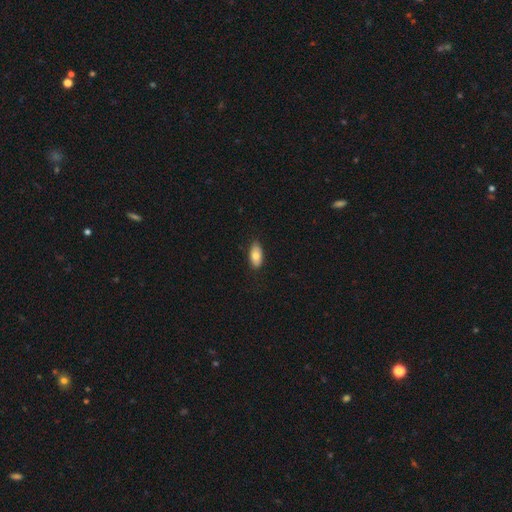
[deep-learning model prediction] Smooth or featured? Predicted: smooth (p=0.77). How rounded? Predicted: in between (p=0.91). Merging? Predicted: none (p=0.85).